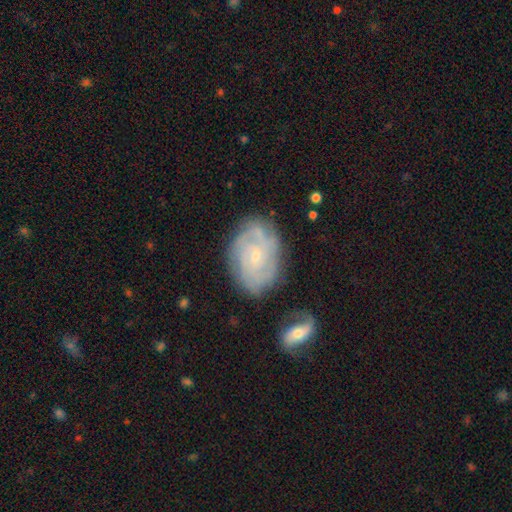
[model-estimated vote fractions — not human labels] Overall: featured or disk (79%). Edge-on disk: no (97%). Bar: no (72%). Spiral arms: yes (93%). Spiral arm count: can't tell (37%; 2 19%). Spiral winding: tight (71%). Bulge size: small (80%). Merging: none (75%).